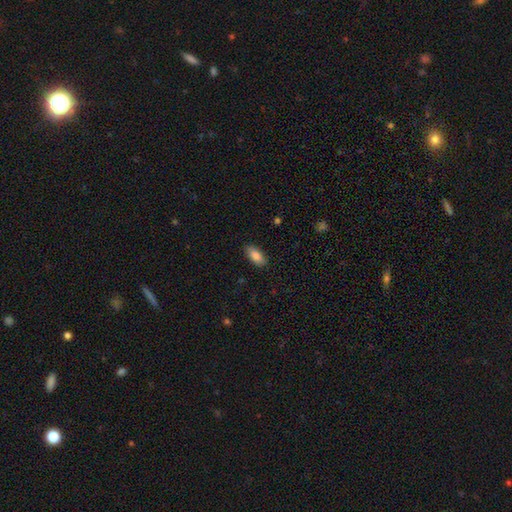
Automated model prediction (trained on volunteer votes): Smooth or featured? Predicted: smooth (p=0.85). How rounded? Predicted: in between (p=0.89). Merging? Predicted: none (p=0.87).